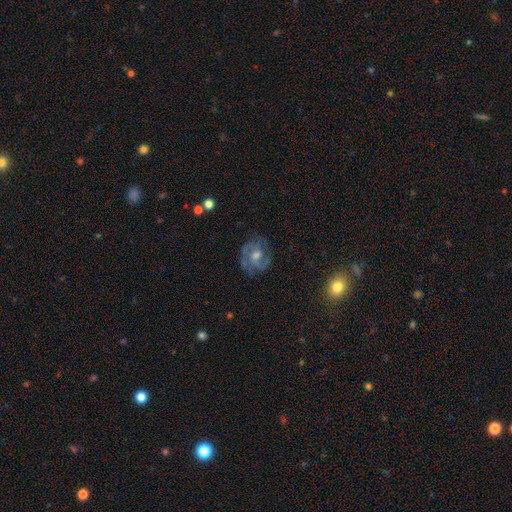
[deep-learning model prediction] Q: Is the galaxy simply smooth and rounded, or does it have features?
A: featured or disk — 80%.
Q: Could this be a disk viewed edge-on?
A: no — 97%.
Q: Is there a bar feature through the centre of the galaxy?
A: no — 59%.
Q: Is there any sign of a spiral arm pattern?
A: yes — 93%.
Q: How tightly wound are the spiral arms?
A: tight — 52%.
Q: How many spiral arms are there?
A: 3 — 33%.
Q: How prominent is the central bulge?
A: moderate — 65%.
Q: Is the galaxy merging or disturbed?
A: none — 78%.